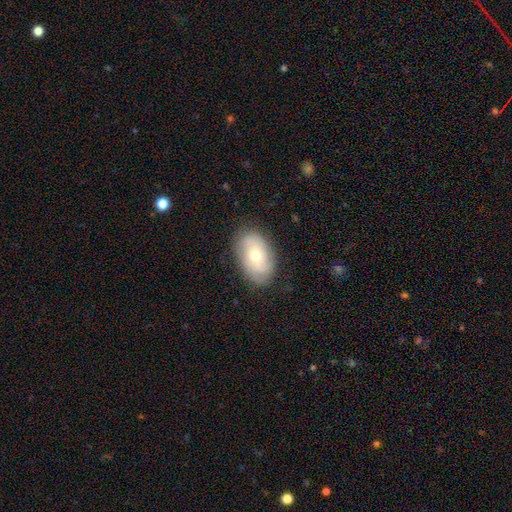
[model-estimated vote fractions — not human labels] smooth 49%, featured or disk 43%, star or artifact 8%. Down the decision tree: merging — none (81%).